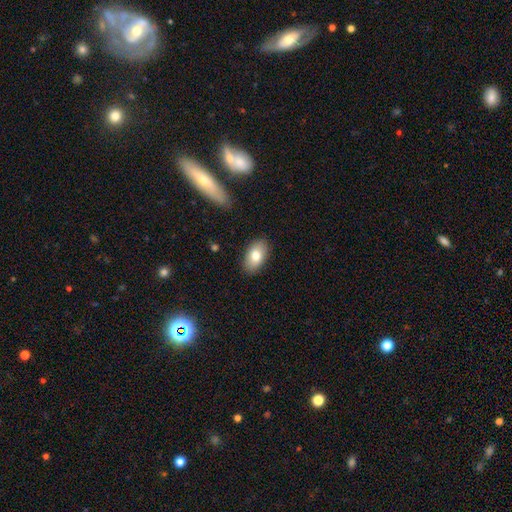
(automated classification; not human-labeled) Smooth or featured?
  - smooth: 78% *
  - featured or disk: 15%
  - star or artifact: 7%
How rounded?
  - in between: 93% *
  - round: 5%
  - cigar-shaped: 2%
Merging?
  - none: 87% *
  - minor disturbance: 10%
  - major disturbance: 2%
  - merger: 1%